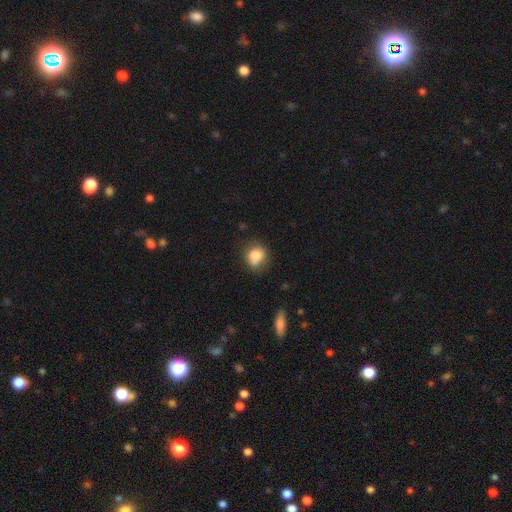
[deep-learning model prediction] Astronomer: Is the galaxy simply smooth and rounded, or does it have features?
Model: smooth — 81%.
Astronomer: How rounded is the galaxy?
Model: round — 61% (runner-up: in between, 38%).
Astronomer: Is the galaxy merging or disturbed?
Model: none — 54%.